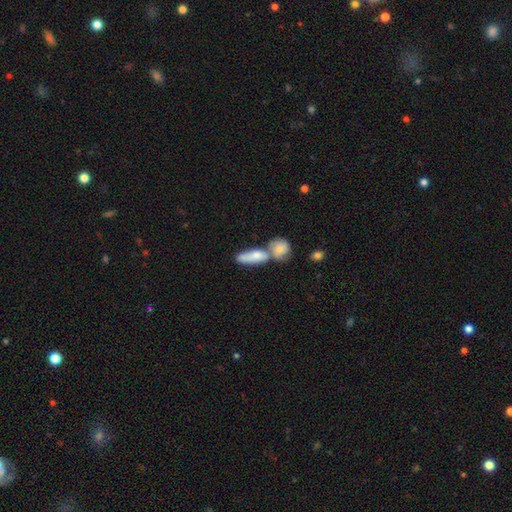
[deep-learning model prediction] smooth_or_featured: smooth (p=0.65) [alt: featured or disk p=0.26]
how_rounded: in between (p=0.53) [alt: cigar-shaped p=0.40]
merging: merger (p=0.52) [alt: none p=0.34]